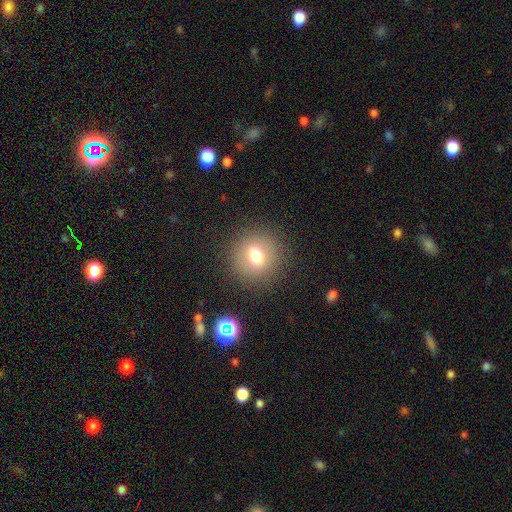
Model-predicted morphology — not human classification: This appears to be a smooth galaxy with no disk features (70%) that is round (87%). Merging: none (87%).